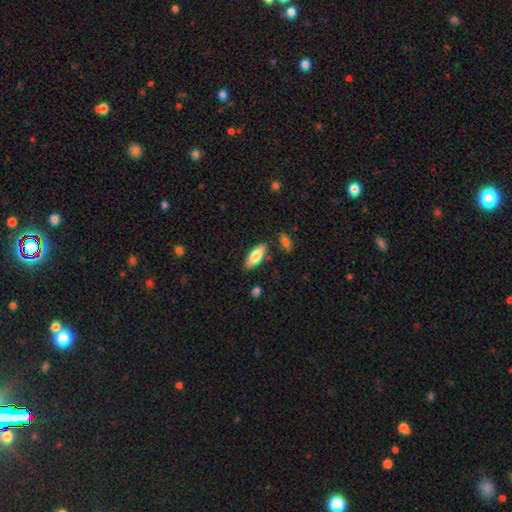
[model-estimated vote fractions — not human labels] The model was most divided on "how rounded": in between: 73%, cigar-shaped: 25%, round: 2%. More confident: merging — none (82%); smooth or featured — smooth (79%).